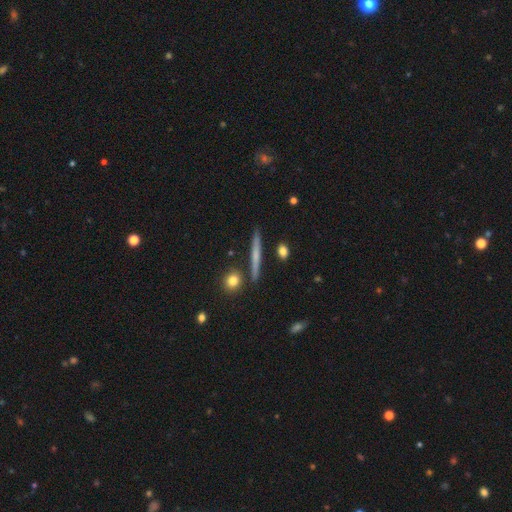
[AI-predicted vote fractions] The model was most divided on "smooth or featured": smooth: 47%, featured or disk: 46%, star or artifact: 7%. More confident: merging — none (87%).